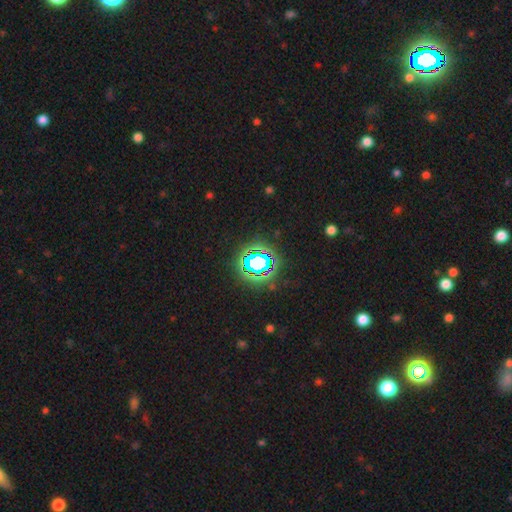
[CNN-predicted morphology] This is likely a star or artifact rather than a galaxy (67%).